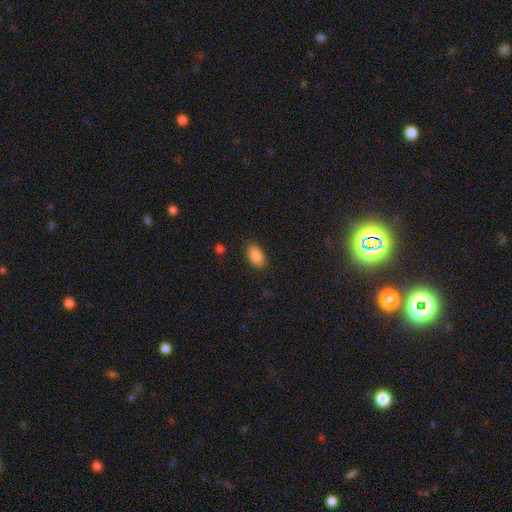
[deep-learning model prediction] Morphology: type=smooth (87%); roundness=in between (93%); merging=none (86%).